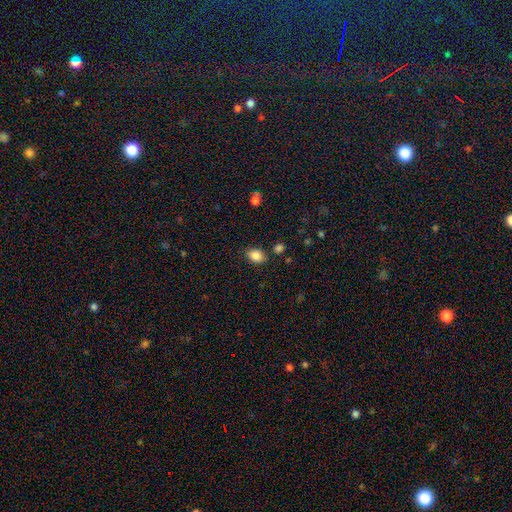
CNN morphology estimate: smooth-or-featured: smooth: 86% | star or artifact: 9% | featured or disk: 5%
  how-rounded: in between: 76% | round: 23% | cigar-shaped: 1%
  merging: none: 80% | minor disturbance: 13% | merger: 4% | major disturbance: 3%